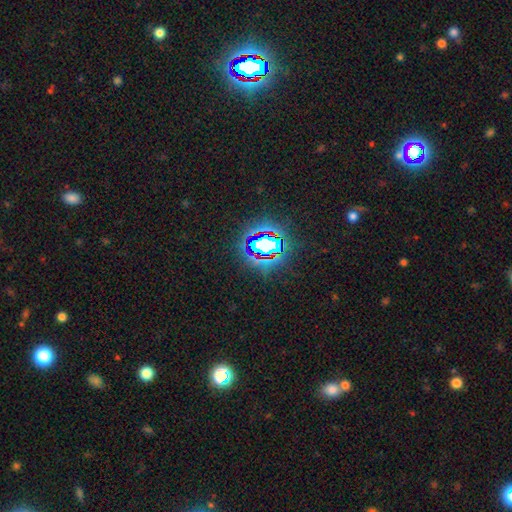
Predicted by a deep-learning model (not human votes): smooth-or-featured: star or artifact: 82% | smooth: 11% | featured or disk: 7%